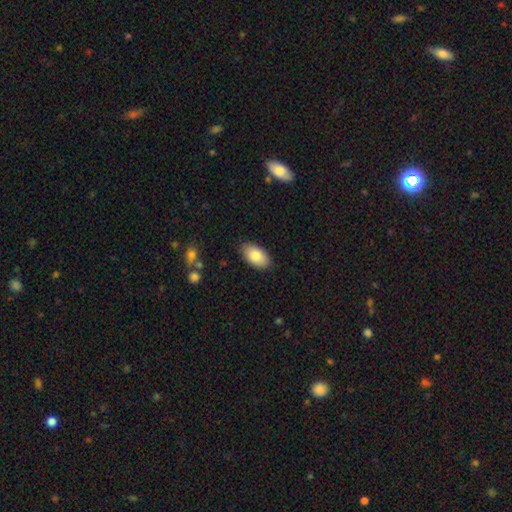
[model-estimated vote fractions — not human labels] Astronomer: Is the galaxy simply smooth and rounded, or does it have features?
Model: smooth — 84%.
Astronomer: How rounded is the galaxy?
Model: in between — 95%.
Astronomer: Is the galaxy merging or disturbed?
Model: none — 86%.